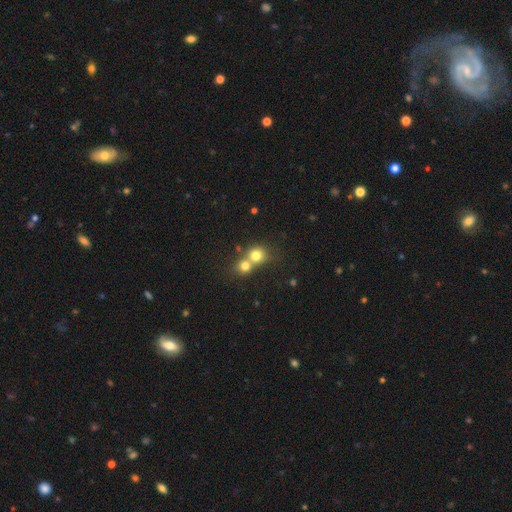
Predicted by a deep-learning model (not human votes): smooth_or_featured: smooth (p=0.75) [alt: featured or disk p=0.13]
how_rounded: round (p=0.82) [alt: in between p=0.17]
merging: merger (p=0.60) [alt: none p=0.32]